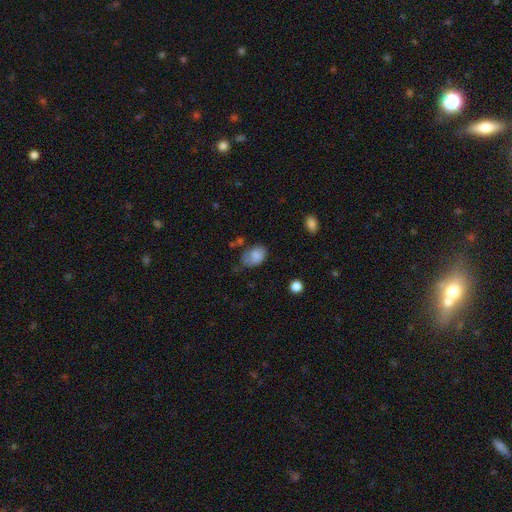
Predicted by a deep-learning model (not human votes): Overall: smooth (82%). How rounded: in between (79%). Merging: none (45%; minor disturbance 36%).